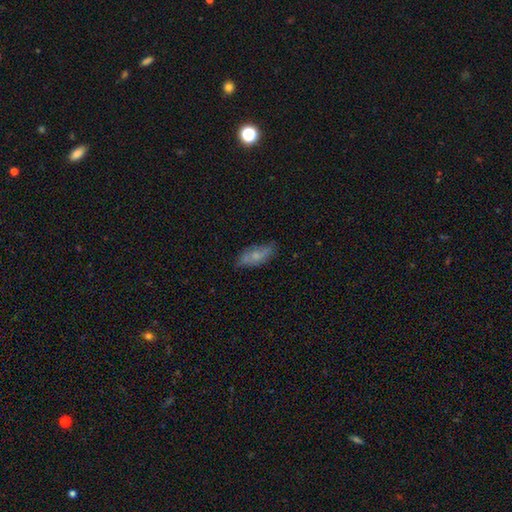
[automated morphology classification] Smooth or featured? Predicted: smooth (p=0.56). How rounded? Predicted: in between (p=0.76). Merging? Predicted: none (p=0.69).